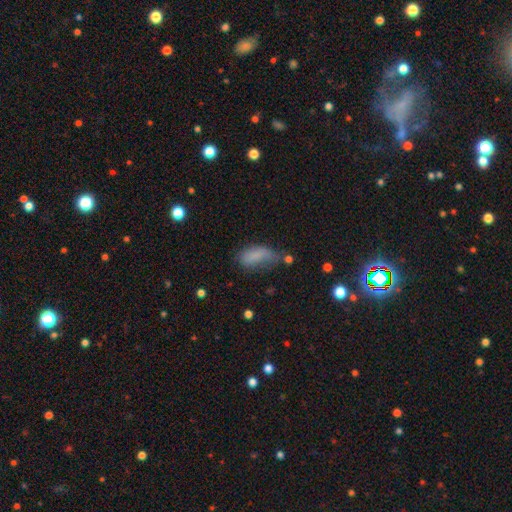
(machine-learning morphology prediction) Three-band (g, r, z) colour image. It shows a smooth galaxy with no disk features (79%) that is in between round and cigar-shaped (83%). Merging: none (39%).